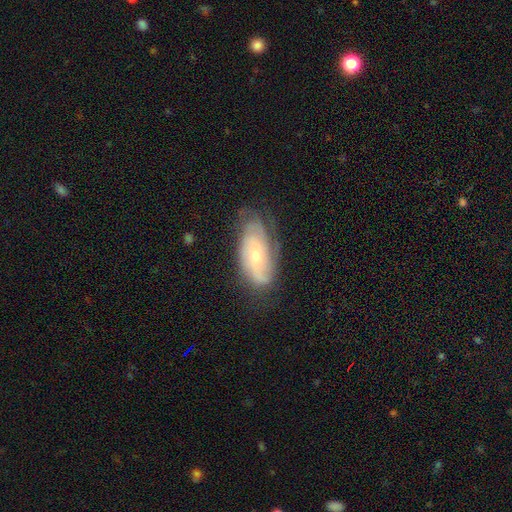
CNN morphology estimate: smooth_or_featured: featured or disk (p=0.63) [alt: smooth p=0.25]
disk_edge_on: no (p=0.90) [alt: yes p=0.10]
bar: no (p=0.73) [alt: weak p=0.22]
has_spiral_arms: yes (p=0.87) [alt: no p=0.13]
bulge_size: small (p=0.57) [alt: moderate p=0.38]
merging: none (p=0.76) [alt: minor disturbance p=0.18]